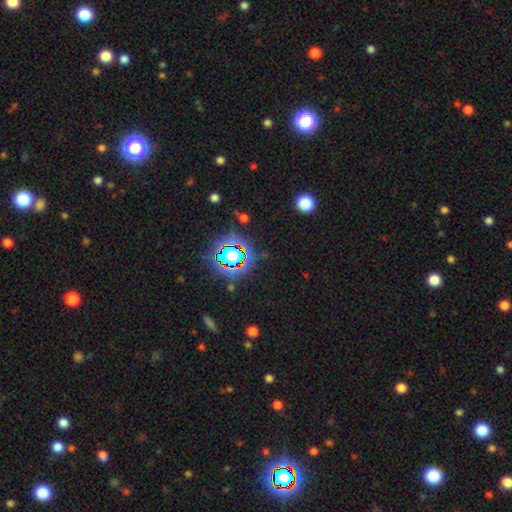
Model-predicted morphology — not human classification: Smooth or featured: star or artifact — 82% (smooth — 11%)